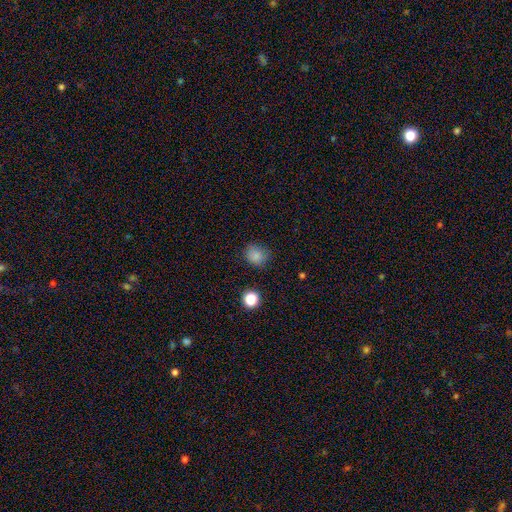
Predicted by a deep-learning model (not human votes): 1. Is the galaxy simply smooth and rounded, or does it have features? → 83% smooth, 13% star or artifact, 4% featured or disk.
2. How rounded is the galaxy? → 74% round, 25% in between, 1% cigar-shaped.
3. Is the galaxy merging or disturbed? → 78% none, 16% minor disturbance, 4% major disturbance, 2% merger.